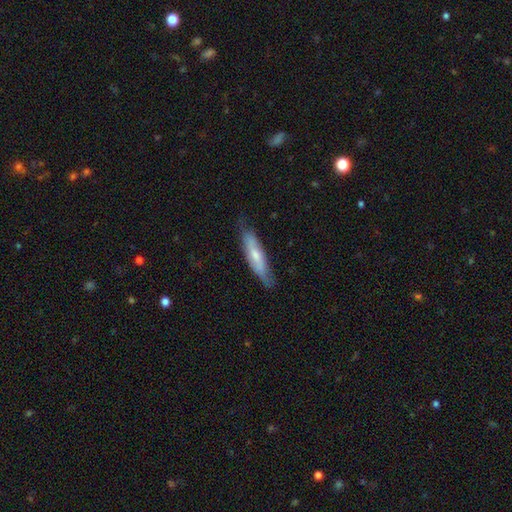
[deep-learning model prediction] A smooth galaxy with no disk features (53%) that is cigar-shaped (75%). Merging: none (70%).